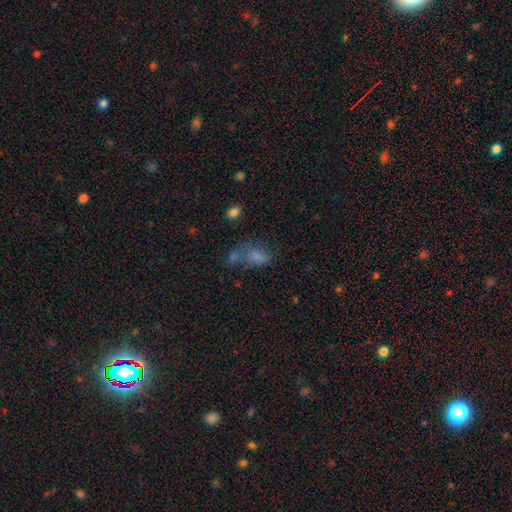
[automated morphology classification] Smooth or featured? smooth (64%)
How rounded? in between (84%)
Merging? none (32%)